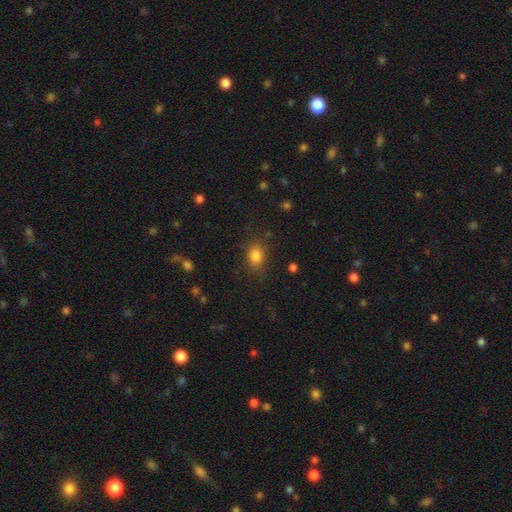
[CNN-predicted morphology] Q: Smooth or featured?
A: smooth (82%); runner-up: star or artifact (11%)
Q: How rounded?
A: in between (64%); runner-up: round (35%)
Q: Merging?
A: none (82%); runner-up: minor disturbance (13%)